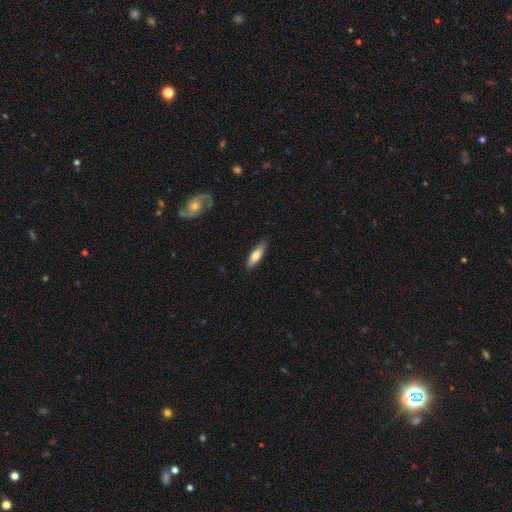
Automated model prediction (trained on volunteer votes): A smooth galaxy with no disk features (69%) that is cigar-shaped (60%).

Vote fractions:
- Smooth or featured? smooth: 69% / featured or disk: 25% / star or artifact: 6%
- How rounded? cigar-shaped: 60% / in between: 39% / round: 2%
- Merging? none: 87% / minor disturbance: 10% / major disturbance: 2% / merger: 1%